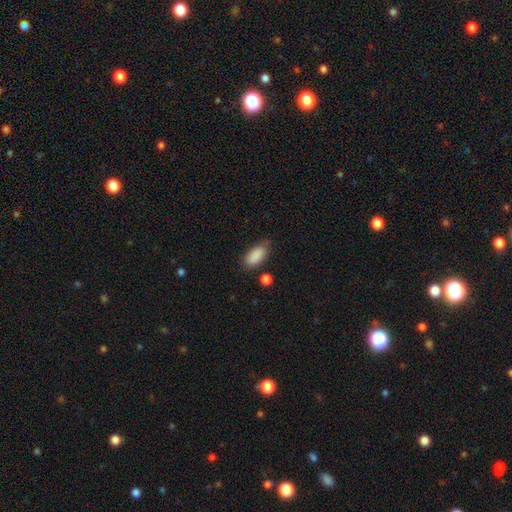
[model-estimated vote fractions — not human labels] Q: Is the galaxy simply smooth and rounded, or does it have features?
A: smooth — 89%.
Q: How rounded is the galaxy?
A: in between — 91%.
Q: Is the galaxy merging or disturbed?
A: none — 75%.